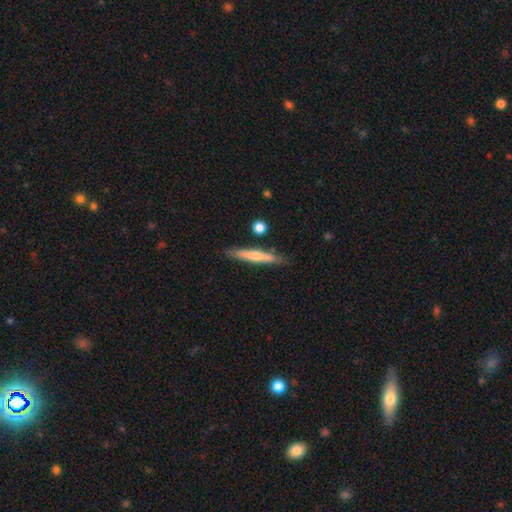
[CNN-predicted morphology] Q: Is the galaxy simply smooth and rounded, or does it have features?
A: smooth — 49%.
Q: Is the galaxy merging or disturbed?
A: none — 83%.